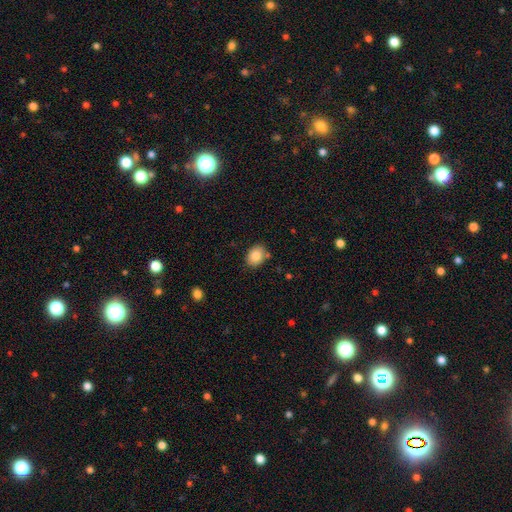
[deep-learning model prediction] smooth-or-featured: smooth: 85% | star or artifact: 8% | featured or disk: 7%
  how-rounded: in between: 62% | round: 37% | cigar-shaped: 1%
  merging: none: 79% | minor disturbance: 13% | merger: 5% | major disturbance: 3%